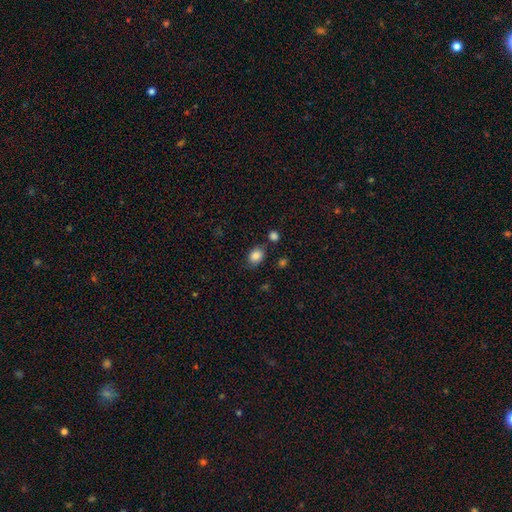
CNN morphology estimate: This is clearly a smooth galaxy (86%). How rounded: likely in between (66%). Merging: likely none (76%).